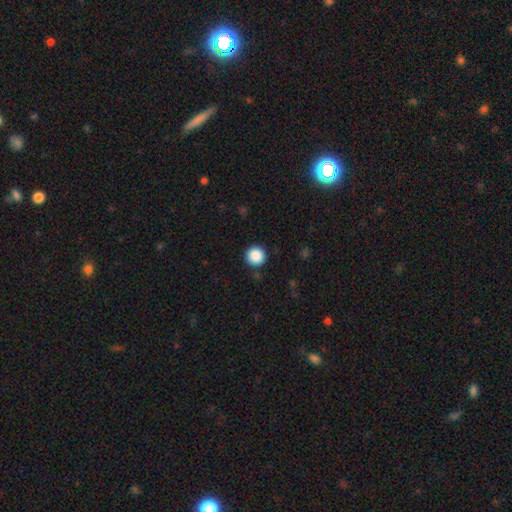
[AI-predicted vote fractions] Smooth or featured?
  - smooth: 88% *
  - star or artifact: 9%
  - featured or disk: 2%
How rounded?
  - round: 96% *
  - in between: 3%
  - cigar-shaped: 1%
Merging?
  - none: 92% *
  - minor disturbance: 5%
  - major disturbance: 2%
  - merger: 1%